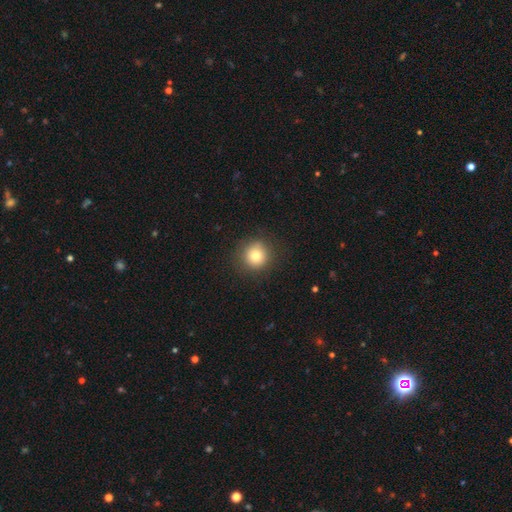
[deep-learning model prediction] The model was most divided on "smooth or featured": smooth: 78%, star or artifact: 12%, featured or disk: 10%. More confident: how rounded — round (94%); merging — none (88%).